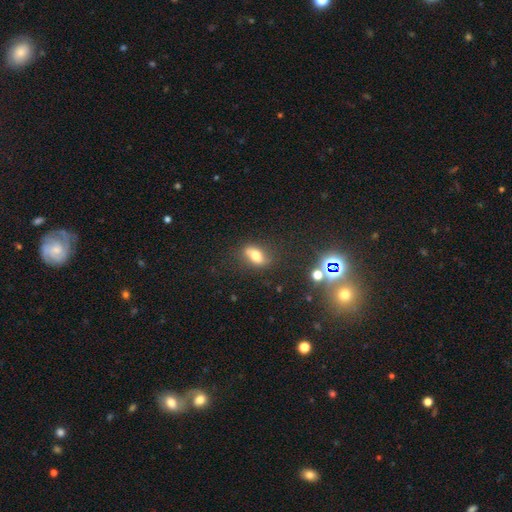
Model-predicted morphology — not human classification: A smooth galaxy with no disk features (57%) that is in between round and cigar-shaped (74%).

Vote fractions:
- Smooth or featured? smooth: 57% / featured or disk: 31% / star or artifact: 12%
- How rounded? in between: 74% / round: 13% / cigar-shaped: 13%
- Merging? none: 74% / minor disturbance: 17% / major disturbance: 5% / merger: 3%